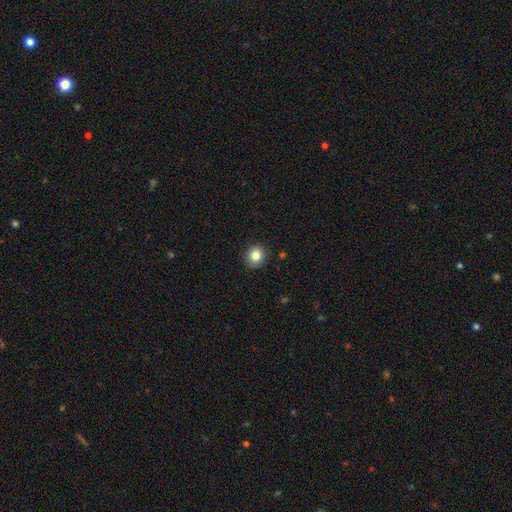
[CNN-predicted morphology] type=smooth (82%); roundness=round (84%); merging=none (90%).